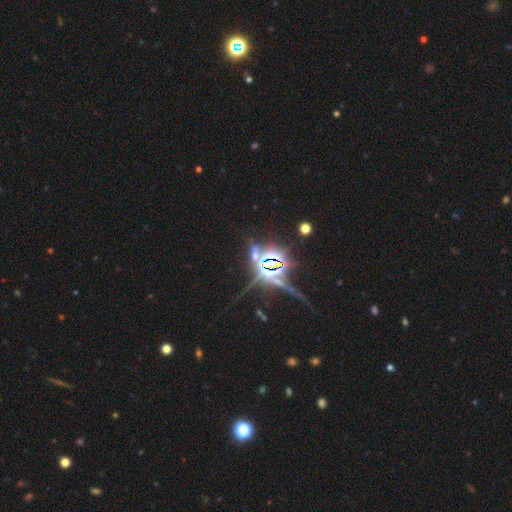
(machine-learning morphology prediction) Q: Smooth or featured?
A: star or artifact (76%); runner-up: smooth (13%)